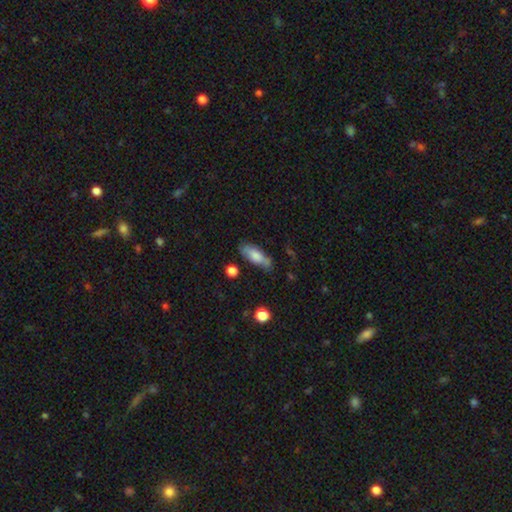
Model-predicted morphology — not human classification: Smooth or featured? Predicted: smooth (p=0.72). How rounded? Predicted: in between (p=0.70). Merging? Predicted: none (p=0.60).